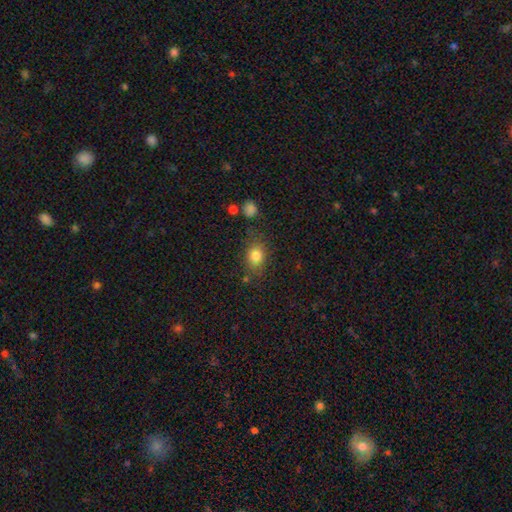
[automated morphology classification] Smooth or featured? Predicted: smooth (p=0.81). How rounded? Predicted: in between (p=0.61). Merging? Predicted: none (p=0.72).